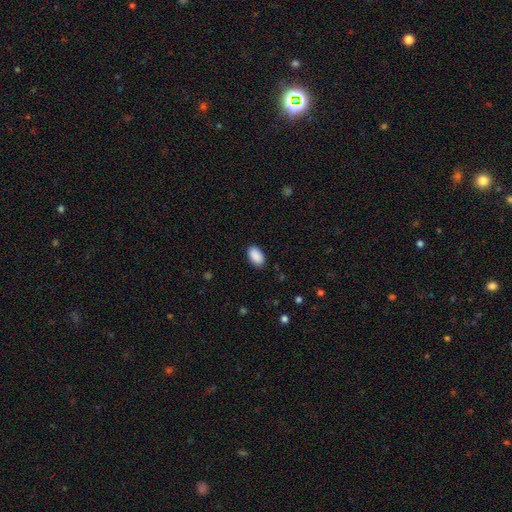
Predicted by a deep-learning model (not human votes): A smooth galaxy with no disk features (91%) that is in between round and cigar-shaped (94%). Merging: none (88%).